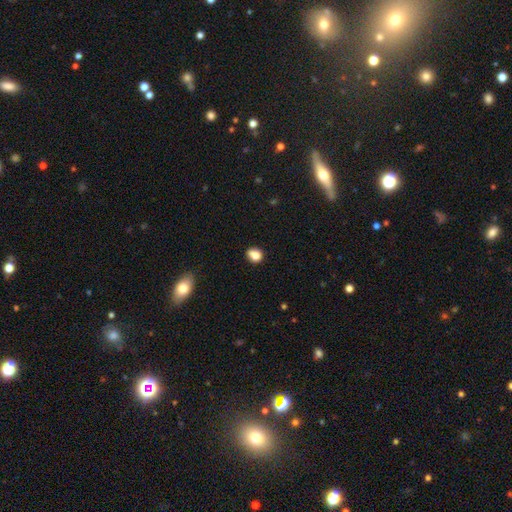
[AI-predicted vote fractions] Smooth or featured: smooth — 81% (star or artifact — 11%)
How rounded: round — 55% (in between — 43%)
Merging: none — 61% (minor disturbance — 22%)